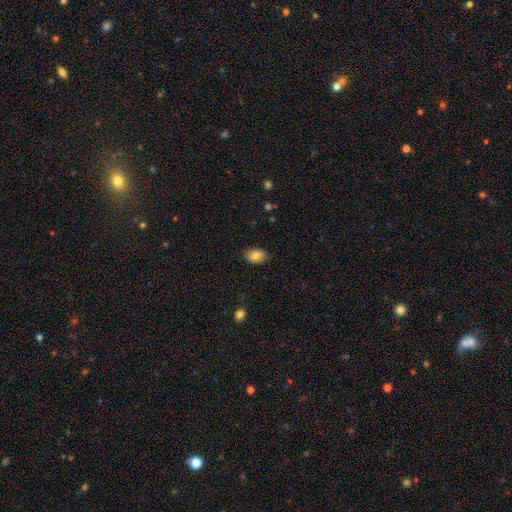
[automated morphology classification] type=smooth (85%); roundness=in between (82%); merging=none (85%).